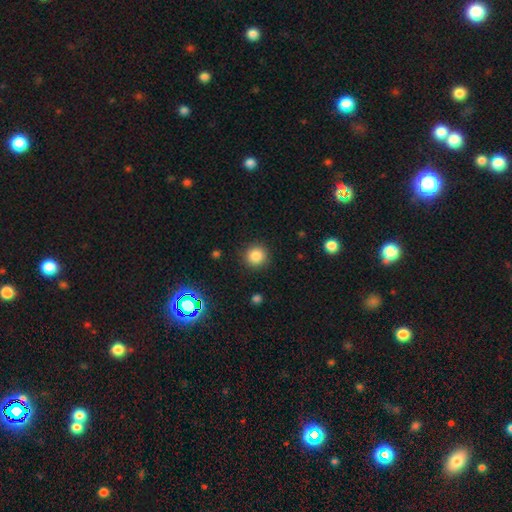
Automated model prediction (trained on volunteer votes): Q: Smooth or featured?
A: smooth (83%); runner-up: star or artifact (12%)
Q: How rounded?
A: round (94%); runner-up: in between (5%)
Q: Merging?
A: none (90%); runner-up: minor disturbance (7%)